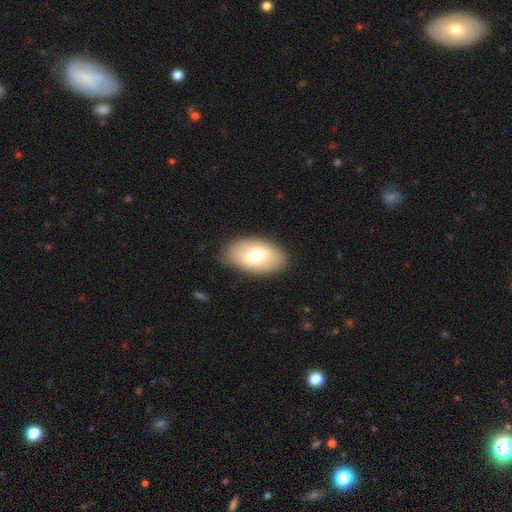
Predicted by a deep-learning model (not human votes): Overall: smooth (68%). How rounded: in between (92%). Merging: none (85%).